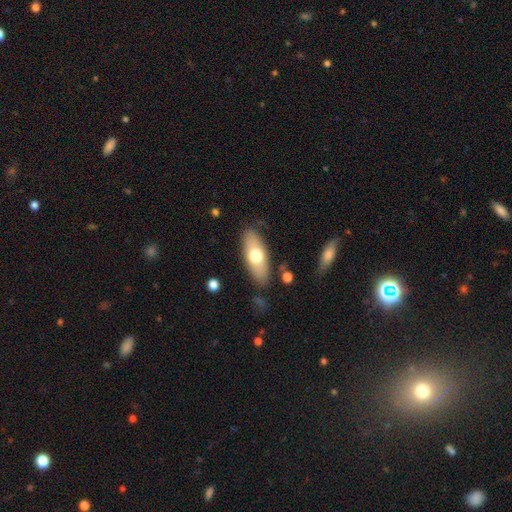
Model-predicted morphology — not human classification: smooth 64%, featured or disk 30%, star or artifact 6%. Down the decision tree: how rounded — in between (79%); merging — none (85%).